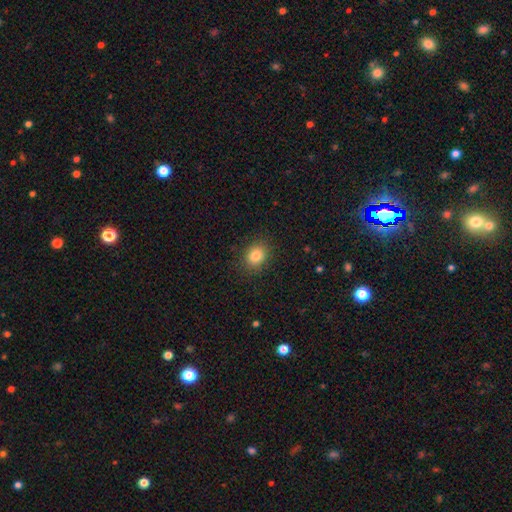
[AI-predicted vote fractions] Smooth or featured?
  - smooth: 83% *
  - star or artifact: 10%
  - featured or disk: 6%
How rounded?
  - round: 54% *
  - in between: 45%
  - cigar-shaped: 1%
Merging?
  - none: 87% *
  - minor disturbance: 9%
  - major disturbance: 3%
  - merger: 1%